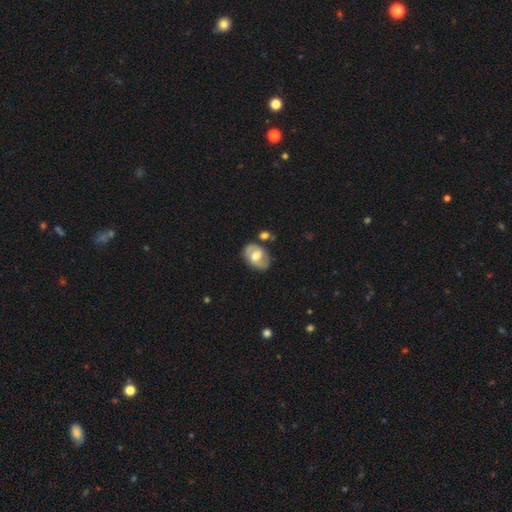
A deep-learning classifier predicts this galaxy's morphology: featured or disk 58%, smooth 36%, star or artifact 7%. Down the decision tree: edge-on disk — no (96%); bar — weak (48%); spiral arms — yes (71%); bulge size — moderate (59%); merging — none (69%).